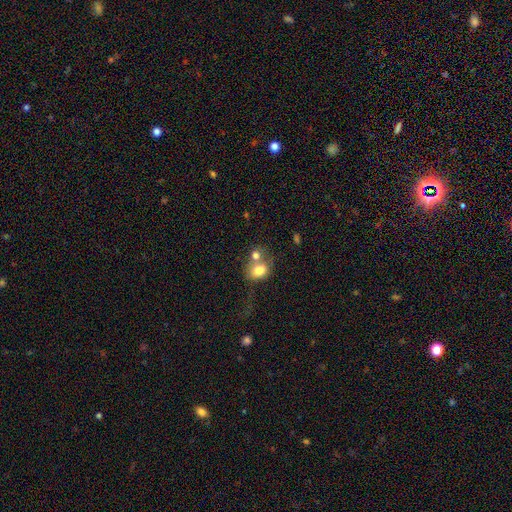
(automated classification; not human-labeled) smooth_or_featured: smooth (p=0.74) [alt: featured or disk p=0.16]
how_rounded: round (p=0.58) [alt: in between p=0.41]
merging: merger (p=0.55) [alt: none p=0.29]